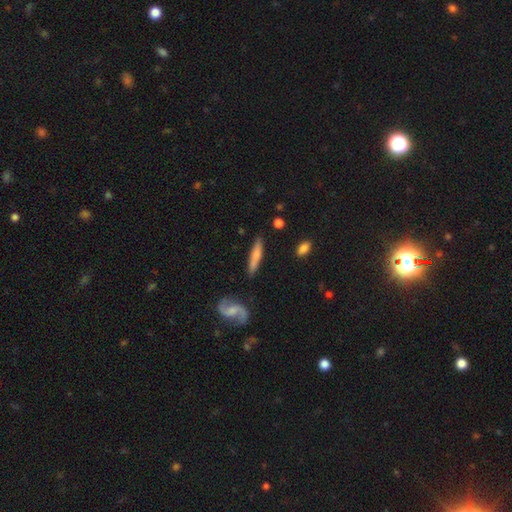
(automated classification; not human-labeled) A smooth galaxy with no disk features (55%) that is cigar-shaped (87%).

Vote fractions:
- Smooth or featured? smooth: 55% / featured or disk: 39% / star or artifact: 6%
- How rounded? cigar-shaped: 87% / in between: 10% / round: 2%
- Merging? none: 83% / minor disturbance: 12% / merger: 3% / major disturbance: 2%